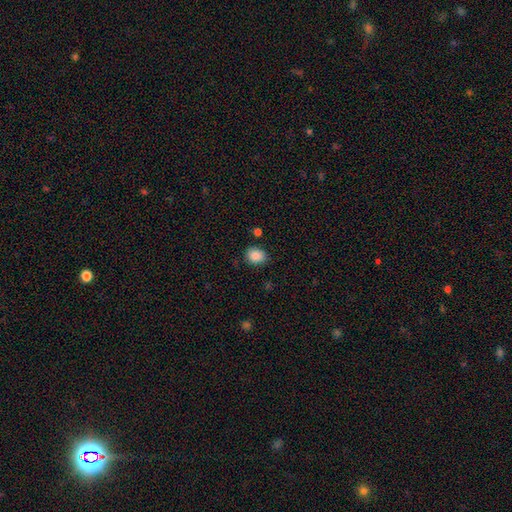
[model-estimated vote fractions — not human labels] Smooth or featured?
  - smooth: 87% *
  - star or artifact: 9%
  - featured or disk: 4%
How rounded?
  - in between: 53% *
  - round: 46%
  - cigar-shaped: 1%
Merging?
  - none: 81% *
  - minor disturbance: 14%
  - major disturbance: 3%
  - merger: 3%